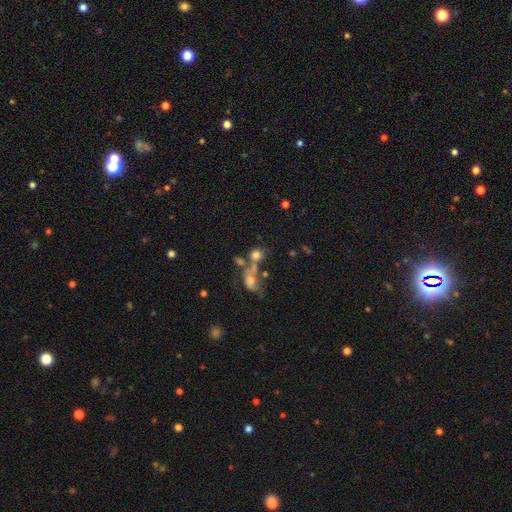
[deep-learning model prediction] Smooth or featured? Predicted: smooth (p=0.70). How rounded? Predicted: round (p=0.68). Merging? Predicted: merger (p=0.44).